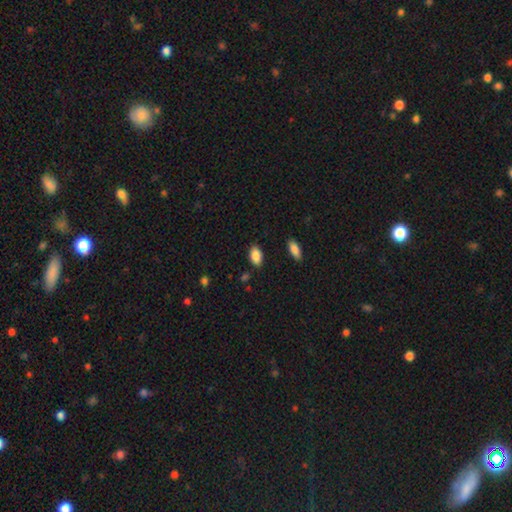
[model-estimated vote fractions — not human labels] Smooth or featured? smooth (87%)
How rounded? in between (92%)
Merging? none (85%)